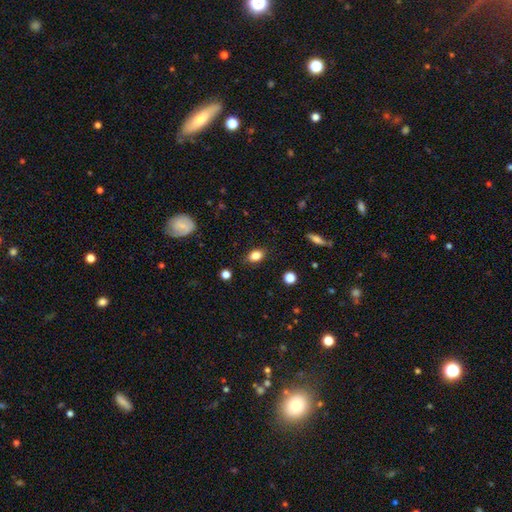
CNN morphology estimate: Q: Smooth or featured?
A: smooth (84%); runner-up: star or artifact (10%)
Q: How rounded?
A: in between (77%); runner-up: round (21%)
Q: Merging?
A: none (83%); runner-up: minor disturbance (13%)